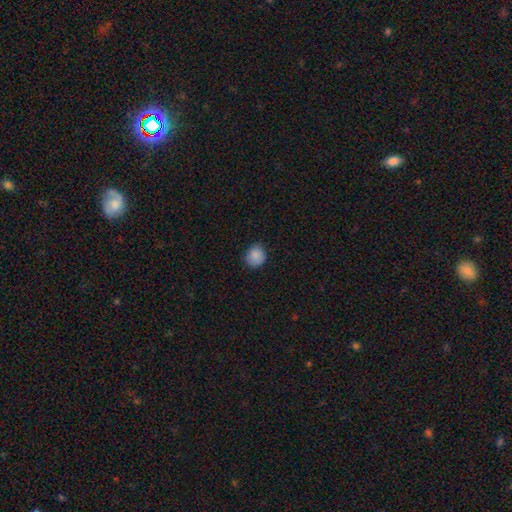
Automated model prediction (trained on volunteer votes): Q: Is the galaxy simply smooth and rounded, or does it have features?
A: smooth — 86%.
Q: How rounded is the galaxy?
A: round — 79%.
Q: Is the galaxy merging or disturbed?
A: none — 79%.